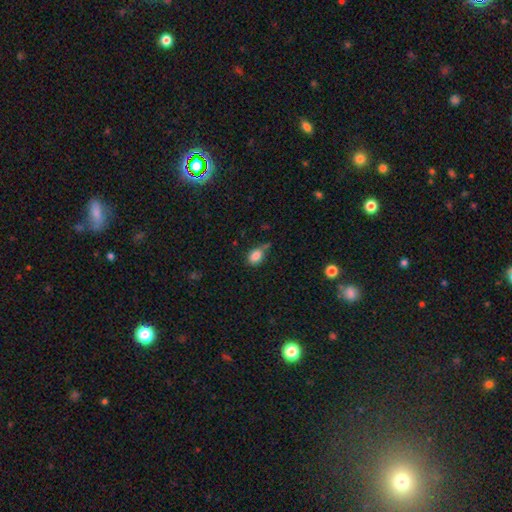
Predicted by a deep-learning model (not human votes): A smooth galaxy with no disk features (85%) that is in between round and cigar-shaped (75%).

Vote fractions:
- Smooth or featured? smooth: 85% / star or artifact: 10% / featured or disk: 5%
- How rounded? in between: 75% / round: 24% / cigar-shaped: 2%
- Merging? none: 55% / minor disturbance: 26% / merger: 12% / major disturbance: 7%